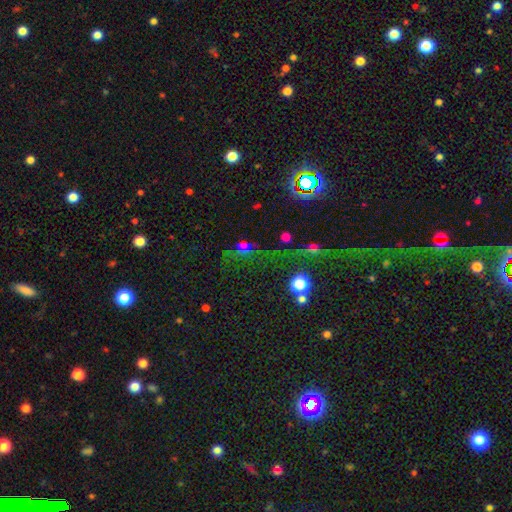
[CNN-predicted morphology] star or artifact 68%, smooth 22%, featured or disk 10%.